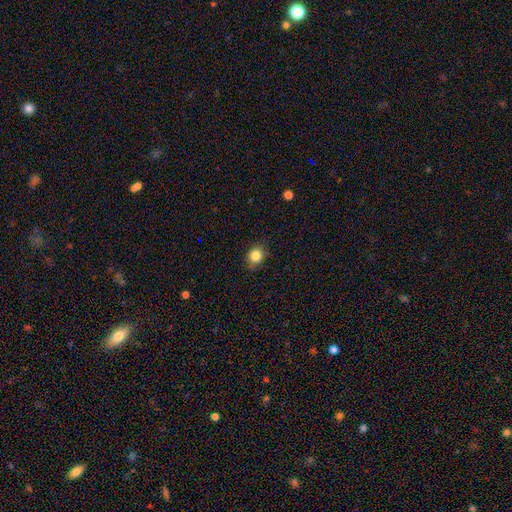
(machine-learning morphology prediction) This is clearly a smooth galaxy (84%). How rounded: likely round (74%). Merging: clearly none (83%).